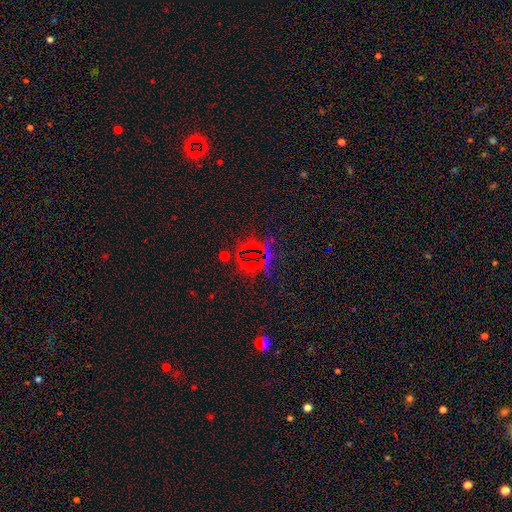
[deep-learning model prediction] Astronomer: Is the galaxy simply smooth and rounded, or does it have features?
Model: star or artifact — 75%.